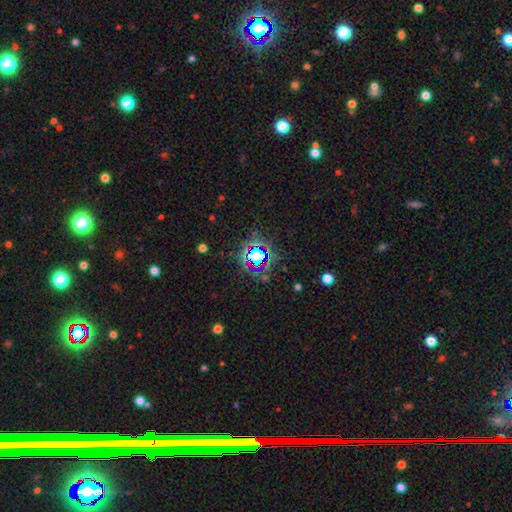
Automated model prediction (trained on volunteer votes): This is likely a star or artifact rather than a galaxy (66%).